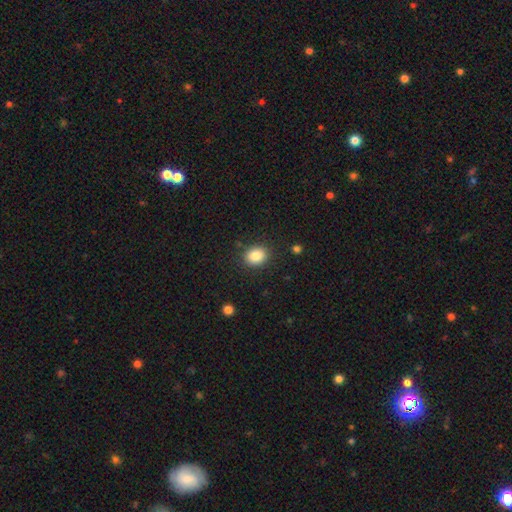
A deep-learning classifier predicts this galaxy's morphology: Smooth or featured: smooth — 86% (star or artifact — 9%)
How rounded: round — 57% (in between — 42%)
Merging: none — 87% (minor disturbance — 9%)